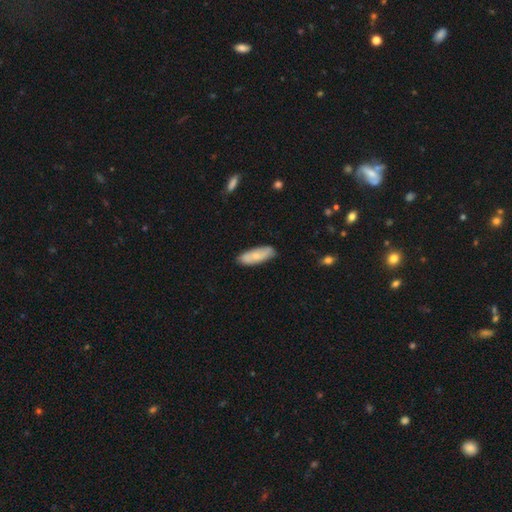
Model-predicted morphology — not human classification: Q: Smooth or featured?
A: smooth (64%); runner-up: featured or disk (30%)
Q: How rounded?
A: in between (67%); runner-up: cigar-shaped (31%)
Q: Merging?
A: none (83%); runner-up: minor disturbance (13%)